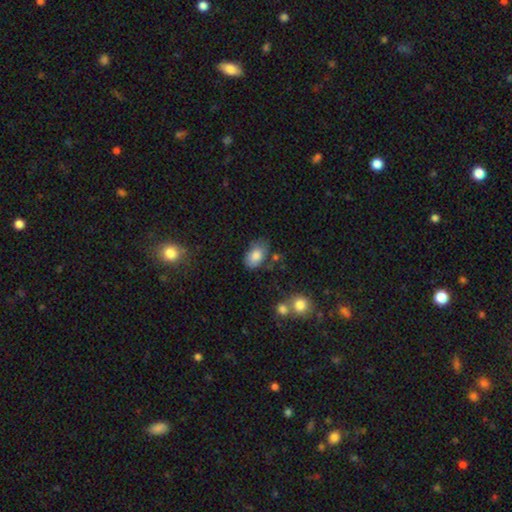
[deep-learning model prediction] Smooth or featured? smooth (81%)
How rounded? in between (90%)
Merging? none (63%)